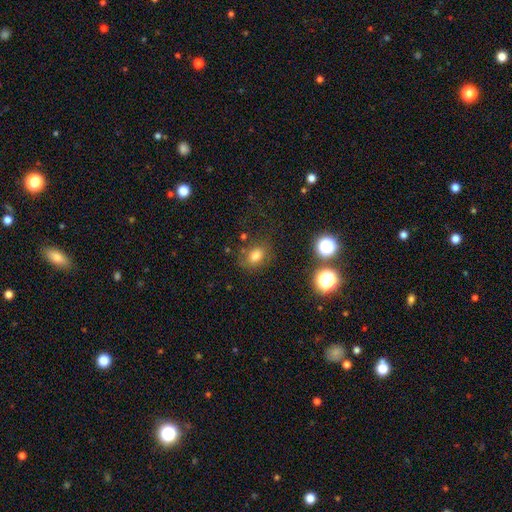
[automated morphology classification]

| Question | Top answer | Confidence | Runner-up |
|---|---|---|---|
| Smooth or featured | smooth | 75% | star or artifact (16%) |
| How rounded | in between | 61% | round (37%) |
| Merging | none | 74% | minor disturbance (15%) |